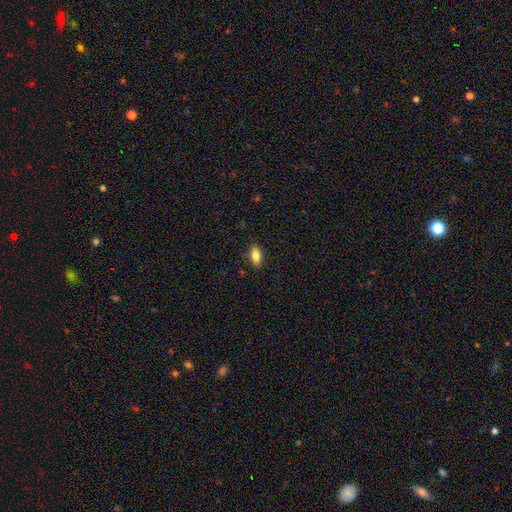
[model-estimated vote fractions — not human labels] This appears to be a smooth galaxy with no disk features (81%) that is in between round and cigar-shaped (85%). Merging: none (88%).